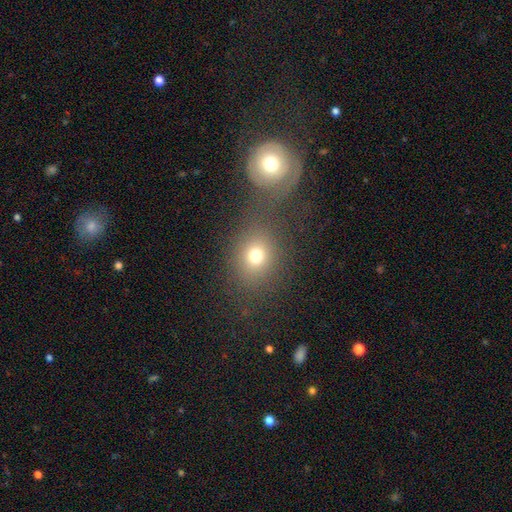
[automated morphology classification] type=smooth (73%); roundness=round (63%); merging=none (64%).